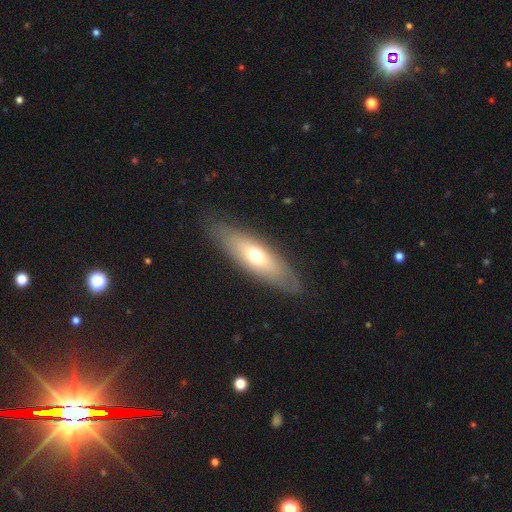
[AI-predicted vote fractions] The model was most divided on "how rounded": in between: 55%, cigar-shaped: 42%, round: 3%. More confident: merging — none (85%); smooth or featured — smooth (53%).